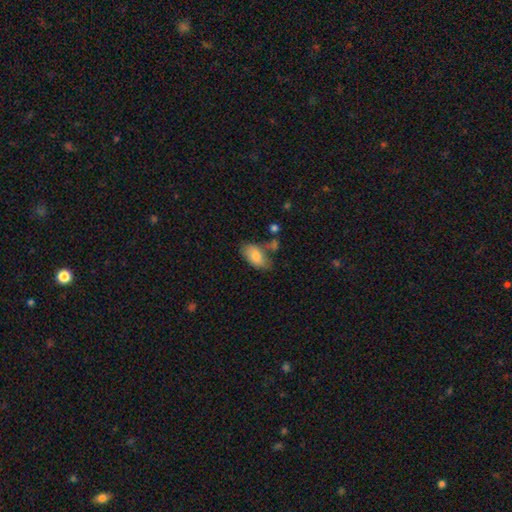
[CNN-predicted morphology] Smooth or featured?
  - smooth: 78% *
  - featured or disk: 15%
  - star or artifact: 7%
How rounded?
  - in between: 93% *
  - round: 5%
  - cigar-shaped: 2%
Merging?
  - none: 53% *
  - minor disturbance: 25%
  - merger: 13%
  - major disturbance: 8%